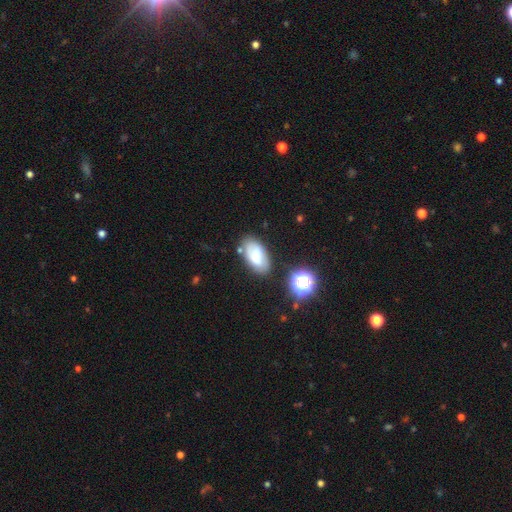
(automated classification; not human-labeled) Q: Smooth or featured?
A: smooth (64%); runner-up: featured or disk (25%)
Q: How rounded?
A: in between (92%); runner-up: round (4%)
Q: Merging?
A: none (71%); runner-up: minor disturbance (17%)